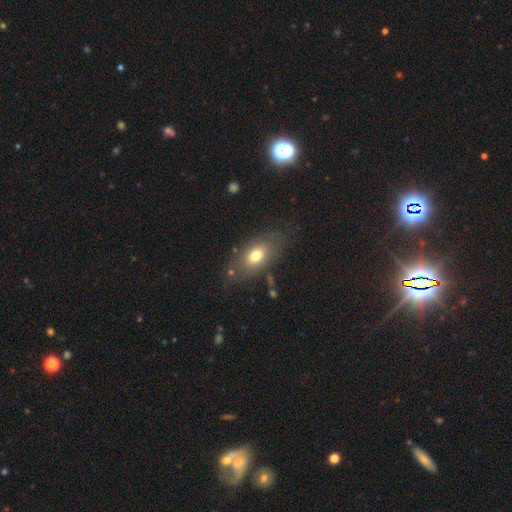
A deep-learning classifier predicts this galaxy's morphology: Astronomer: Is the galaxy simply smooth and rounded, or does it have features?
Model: smooth — 71%.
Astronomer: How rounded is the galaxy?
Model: in between — 85%.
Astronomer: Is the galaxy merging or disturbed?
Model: none — 72%.